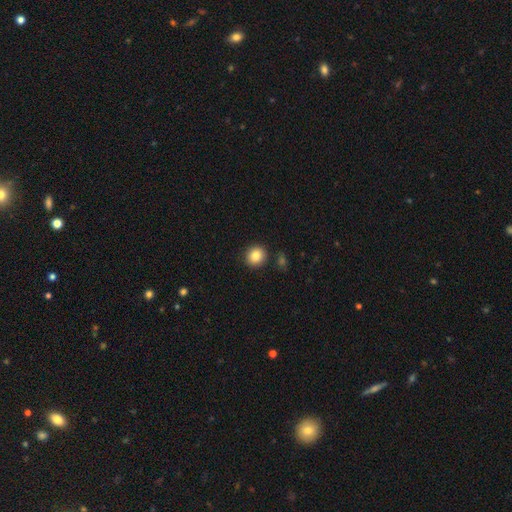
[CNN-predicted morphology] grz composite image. It shows a smooth galaxy with no disk features (85%) that is round (86%). Merging: none (89%).